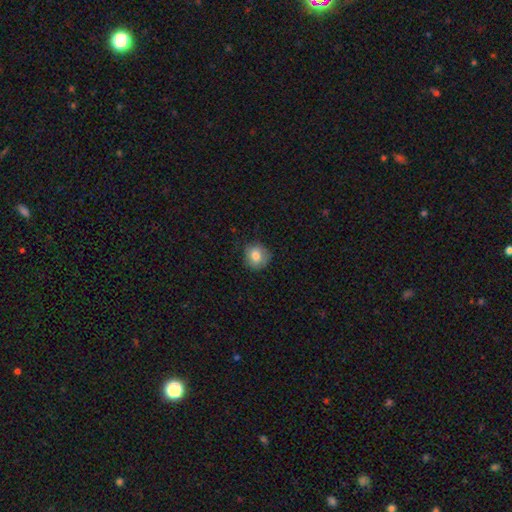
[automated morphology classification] Smooth or featured? smooth (80%)
How rounded? round (85%)
Merging? none (78%)